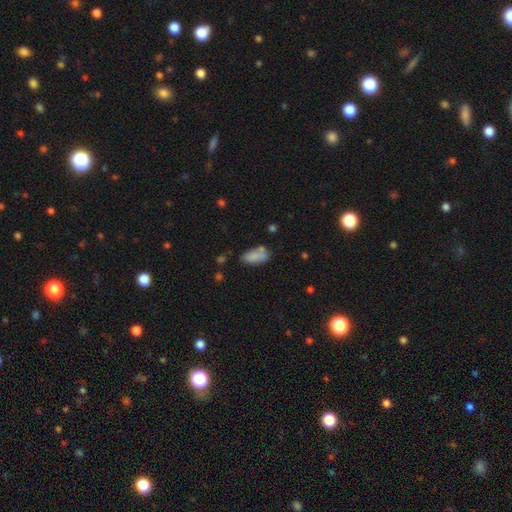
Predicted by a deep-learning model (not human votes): A smooth galaxy with no disk features (78%) that is in between round and cigar-shaped (91%).

Vote fractions:
- Smooth or featured? smooth: 78% / featured or disk: 13% / star or artifact: 9%
- How rounded? in between: 91% / cigar-shaped: 5% / round: 4%
- Merging? none: 52% / minor disturbance: 23% / merger: 17% / major disturbance: 9%